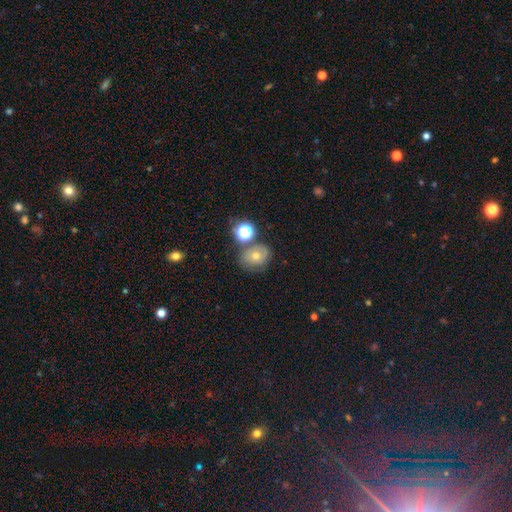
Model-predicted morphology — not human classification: The model was most divided on "smooth or featured": smooth: 43%, featured or disk: 31%, star or artifact: 26%. More confident: merging — none (70%).